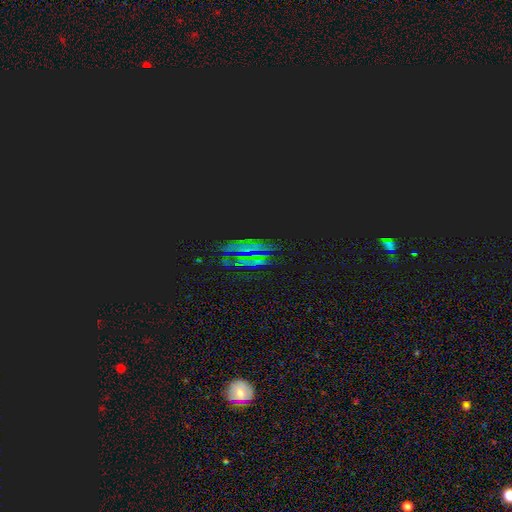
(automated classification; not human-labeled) Smooth or featured? star or artifact (60%)